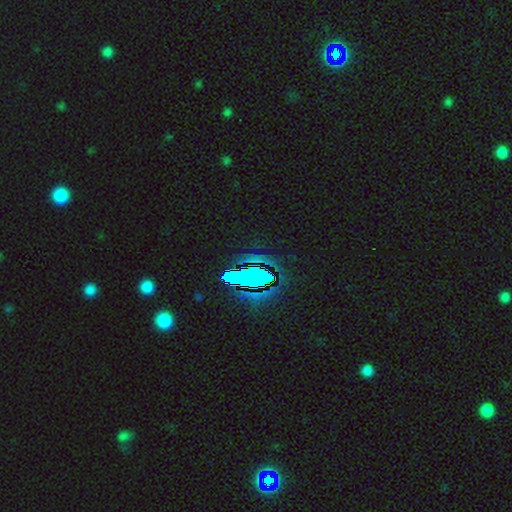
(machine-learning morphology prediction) Smooth or featured? star or artifact (81%)